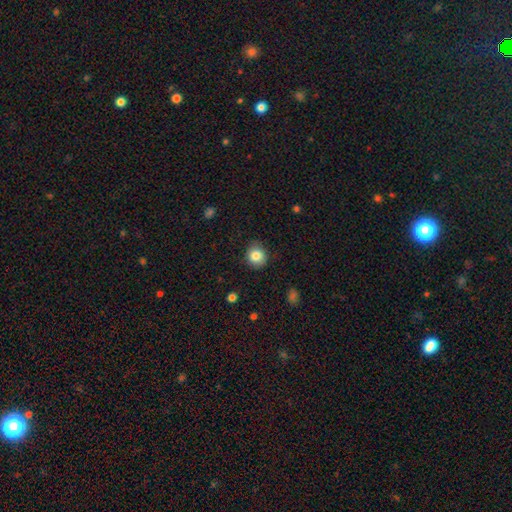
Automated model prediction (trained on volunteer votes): Smooth or featured?
  - smooth: 84% *
  - star or artifact: 10%
  - featured or disk: 7%
How rounded?
  - round: 86% *
  - in between: 13%
  - cigar-shaped: 1%
Merging?
  - none: 86% *
  - minor disturbance: 11%
  - major disturbance: 2%
  - merger: 1%